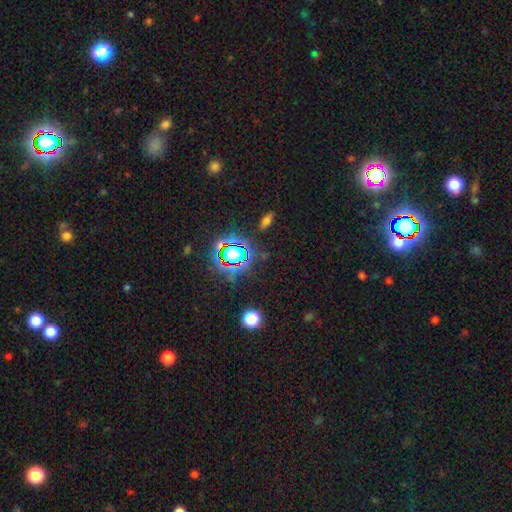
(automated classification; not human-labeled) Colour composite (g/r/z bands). It shows a star or artifact, not a galaxy (77%).